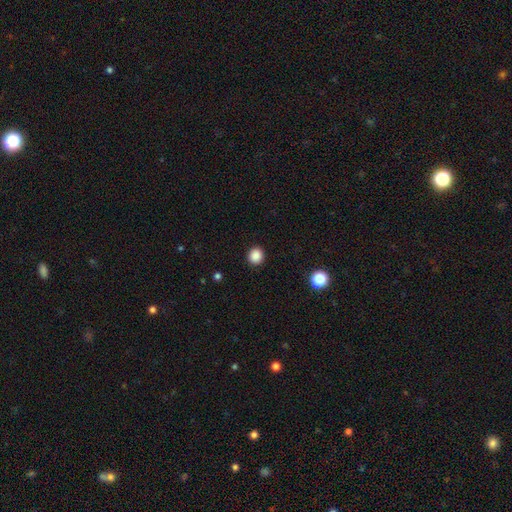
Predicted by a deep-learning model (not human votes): smooth-or-featured: smooth: 87% | star or artifact: 11% | featured or disk: 2%
  how-rounded: round: 86% | in between: 13% | cigar-shaped: 1%
  merging: none: 91% | minor disturbance: 6% | major disturbance: 2% | merger: 1%